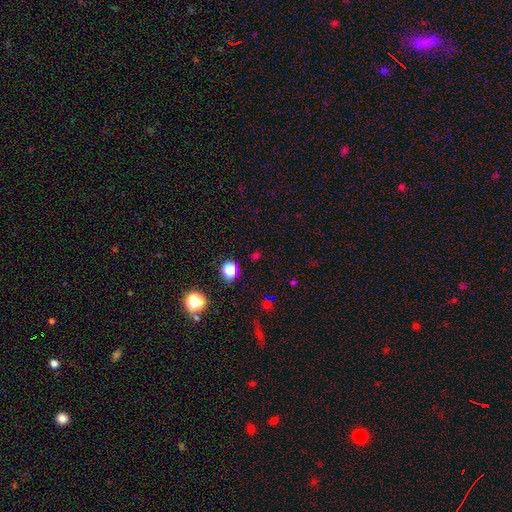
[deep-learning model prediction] The model was most divided on "smooth or featured": star or artifact: 55%, smooth: 39%, featured or disk: 6%.